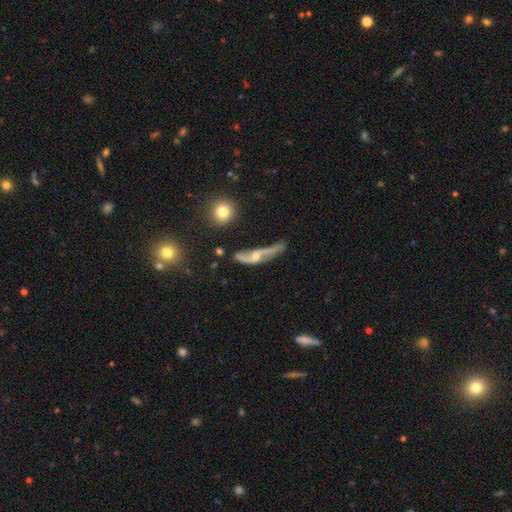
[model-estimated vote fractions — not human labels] Smooth or featured?
  - featured or disk: 73% *
  - smooth: 19%
  - star or artifact: 8%
Edge-on disk?
  - no: 64% *
  - yes: 36%
Merging?
  - none: 40% *
  - minor disturbance: 27%
  - major disturbance: 26%
  - merger: 7%